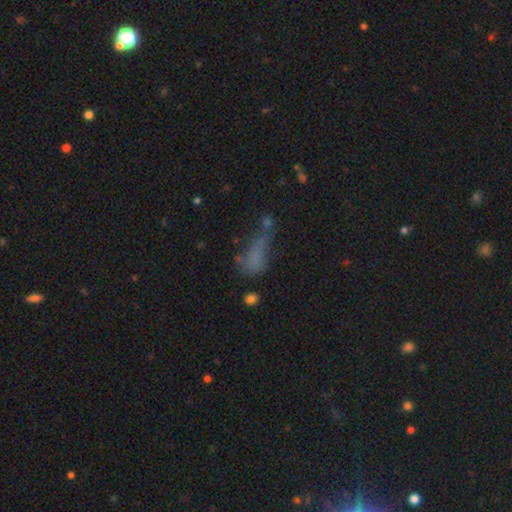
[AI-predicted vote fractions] Smooth or featured? smooth (58%)
How rounded? in between (61%)
Merging? none (31%)